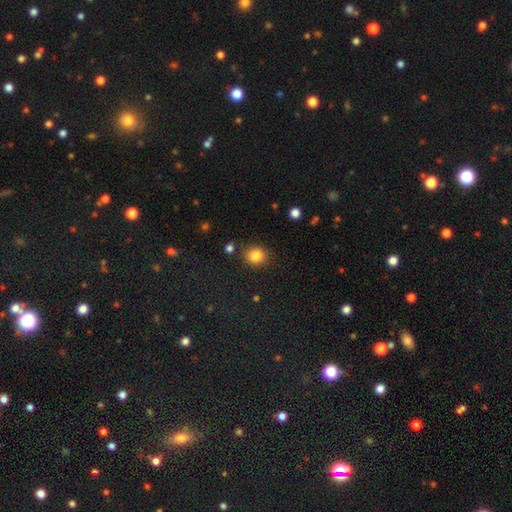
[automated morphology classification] smooth-or-featured: smooth: 84% | star or artifact: 11% | featured or disk: 5%
  how-rounded: round: 78% | in between: 21% | cigar-shaped: 1%
  merging: none: 84% | minor disturbance: 9% | merger: 4% | major disturbance: 3%